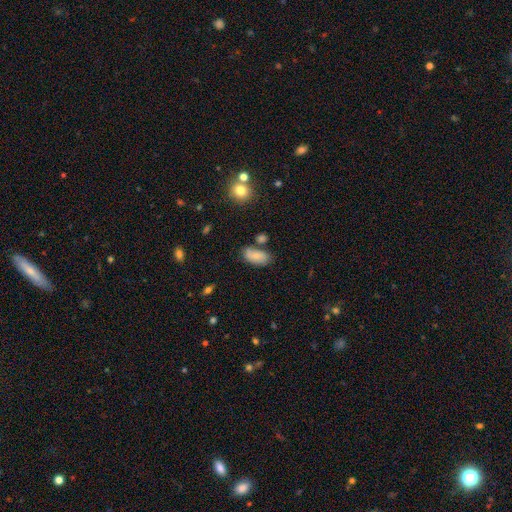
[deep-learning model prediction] smooth_or_featured: smooth (p=0.72) [alt: featured or disk p=0.19]
how_rounded: in between (p=0.92) [alt: round p=0.04]
merging: none (p=0.60) [alt: minor disturbance p=0.21]